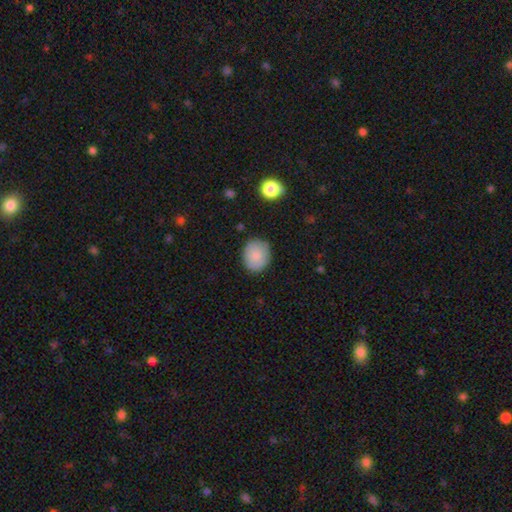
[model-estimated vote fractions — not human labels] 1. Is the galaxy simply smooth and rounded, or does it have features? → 85% smooth, 8% featured or disk, 8% star or artifact.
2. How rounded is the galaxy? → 70% round, 29% in between, 1% cigar-shaped.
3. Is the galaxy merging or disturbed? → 82% none, 13% minor disturbance, 3% major disturbance, 2% merger.